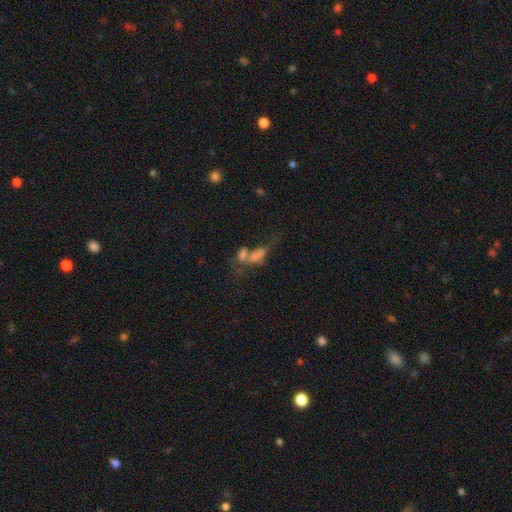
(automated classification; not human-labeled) This appears to be a smooth galaxy with no disk features (46%). Merging: merger (48%).